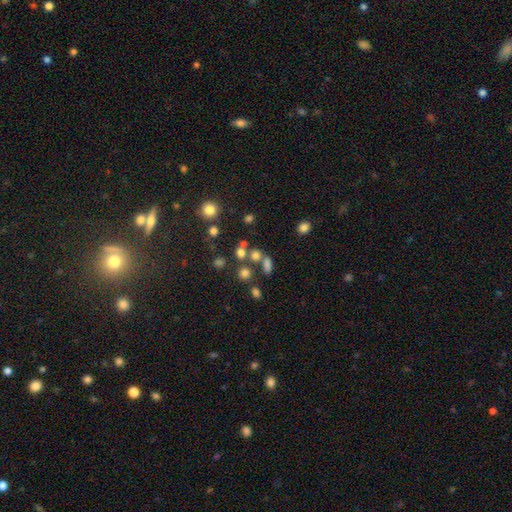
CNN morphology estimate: Q: Smooth or featured?
A: smooth (68%); runner-up: star or artifact (21%)
Q: How rounded?
A: round (69%); runner-up: in between (28%)
Q: Merging?
A: none (57%); runner-up: merger (27%)